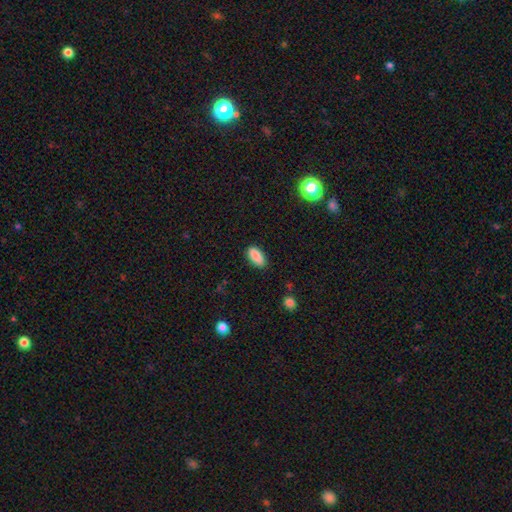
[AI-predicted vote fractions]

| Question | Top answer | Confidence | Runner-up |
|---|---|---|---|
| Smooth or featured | smooth | 88% | star or artifact (8%) |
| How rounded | in between | 85% | cigar-shaped (13%) |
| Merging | none | 84% | minor disturbance (12%) |